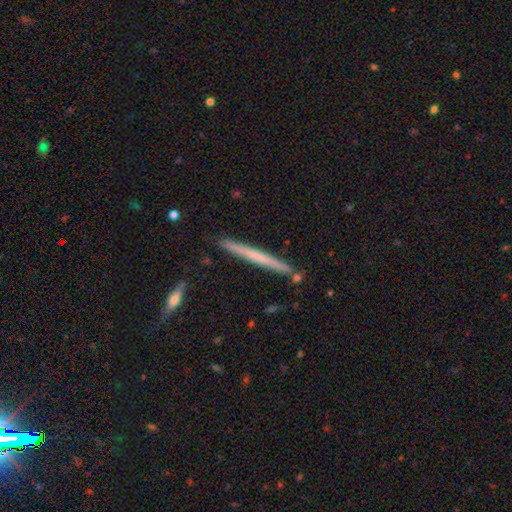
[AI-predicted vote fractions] A smooth galaxy with no disk features (50%) that is cigar-shaped (97%). Merging: none (89%).